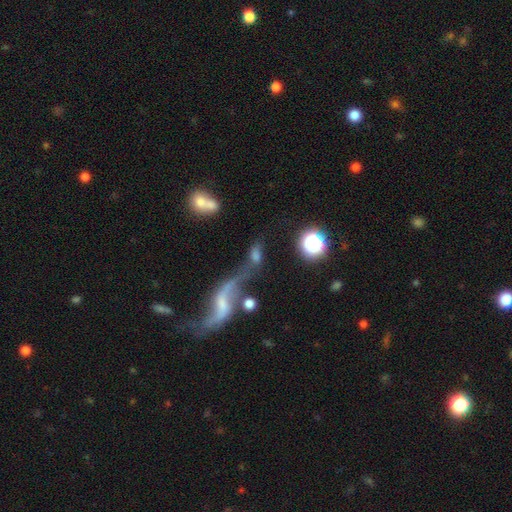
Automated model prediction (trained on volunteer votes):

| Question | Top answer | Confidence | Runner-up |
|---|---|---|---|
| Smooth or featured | smooth | 44% | featured or disk (38%) |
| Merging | merger | 49% | none (23%) |